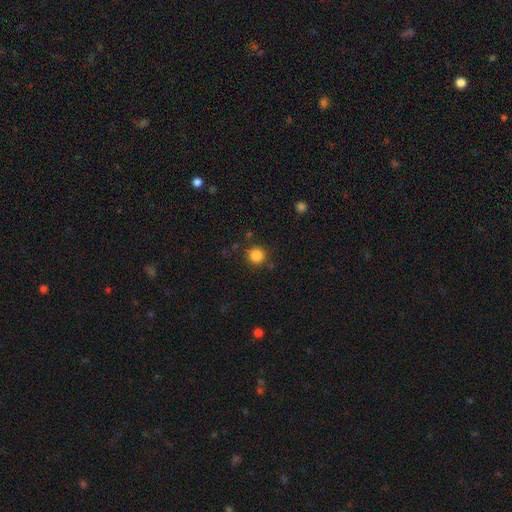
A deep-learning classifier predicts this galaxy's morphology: Smooth or featured: smooth — 85% (star or artifact — 11%)
How rounded: round — 94% (in between — 5%)
Merging: none — 85% (minor disturbance — 9%)